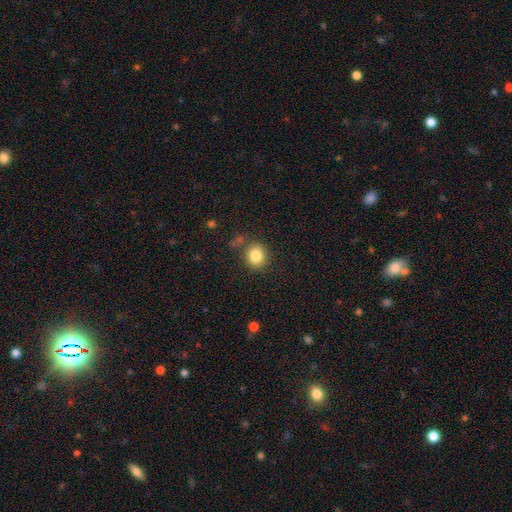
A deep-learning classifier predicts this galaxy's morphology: This is clearly a smooth galaxy (84%). How rounded: likely round (77%). Merging: likely none (79%).